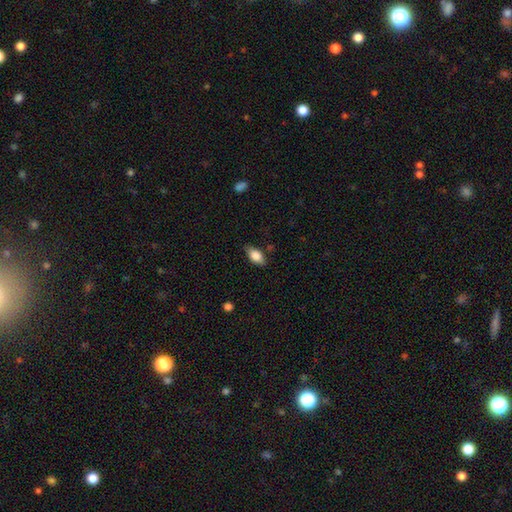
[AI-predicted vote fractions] smooth_or_featured: smooth (p=0.81) [alt: featured or disk p=0.12]
how_rounded: in between (p=0.89) [alt: cigar-shaped p=0.07]
merging: none (p=0.81) [alt: minor disturbance p=0.15]